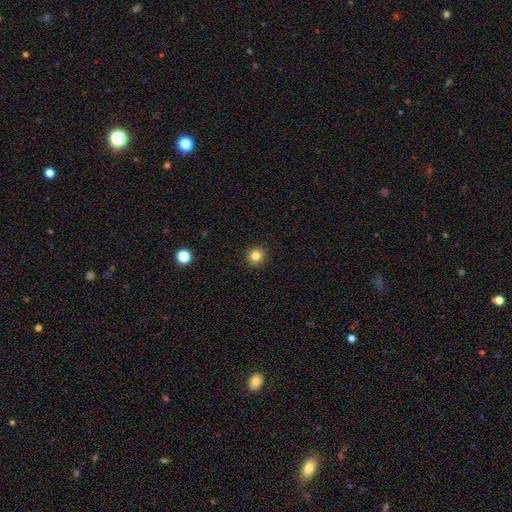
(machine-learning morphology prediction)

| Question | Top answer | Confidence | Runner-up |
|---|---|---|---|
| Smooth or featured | smooth | 82% | star or artifact (12%) |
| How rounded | round | 93% | in between (6%) |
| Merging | none | 93% | minor disturbance (5%) |